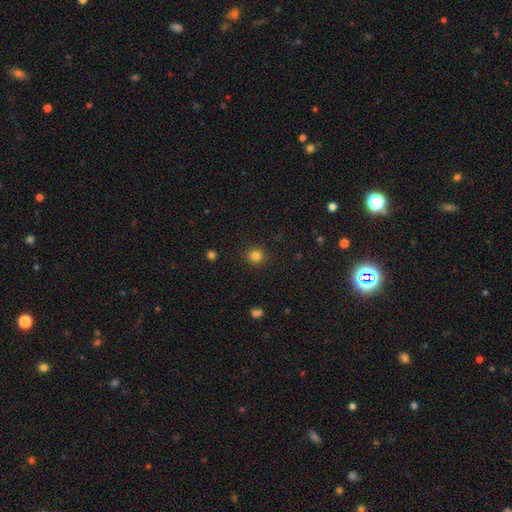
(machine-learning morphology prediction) This is clearly a smooth galaxy (83%). How rounded: clearly round (92%). Merging: clearly none (91%).